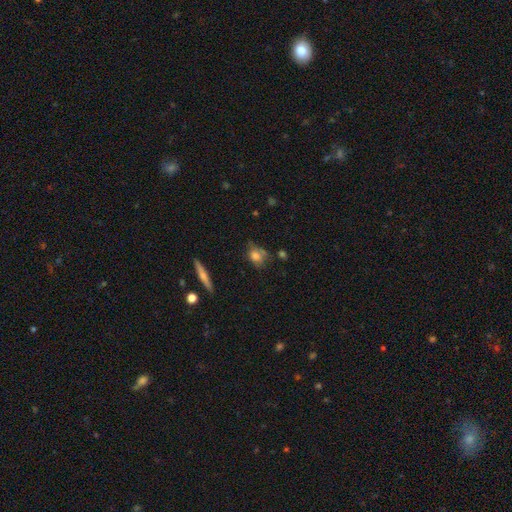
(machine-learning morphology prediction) Smooth or featured? Predicted: smooth (p=0.72). How rounded? Predicted: in between (p=0.52). Merging? Predicted: none (p=0.54).